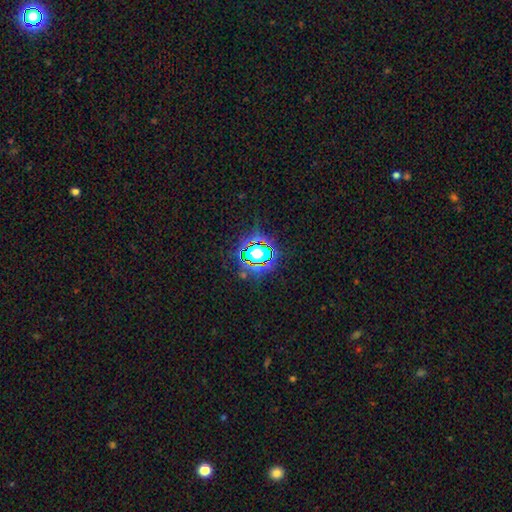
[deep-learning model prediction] This is likely a star or artifact rather than a galaxy (67%).